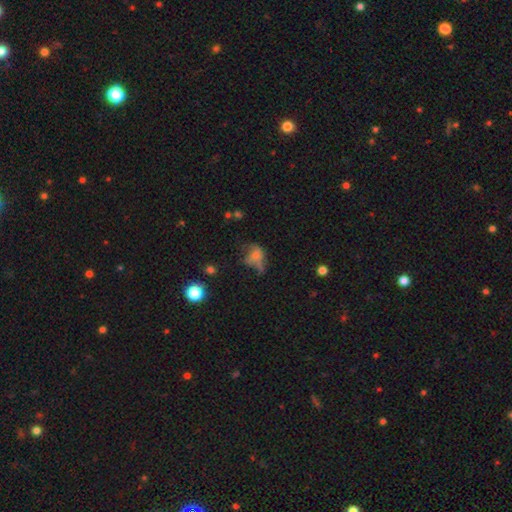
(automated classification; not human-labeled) smooth-or-featured: smooth: 49% | featured or disk: 29% | star or artifact: 23%
  merging: major disturbance: 34% | none: 33% | minor disturbance: 23% | merger: 10%